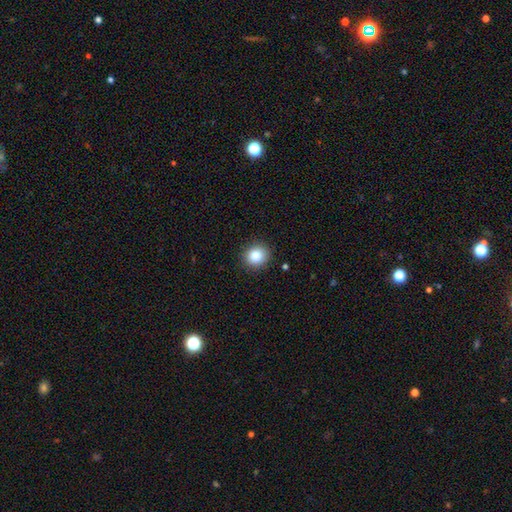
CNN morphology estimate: type=smooth (86%); roundness=round (82%); merging=none (89%).